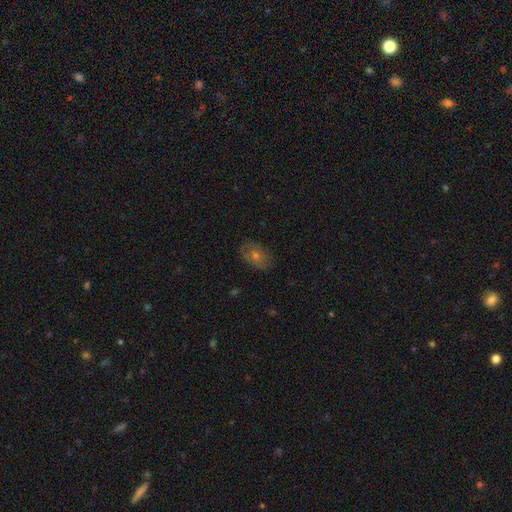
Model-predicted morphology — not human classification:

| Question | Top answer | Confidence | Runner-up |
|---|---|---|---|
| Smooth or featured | smooth | 46% | featured or disk (37%) |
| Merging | none | 80% | minor disturbance (15%) |